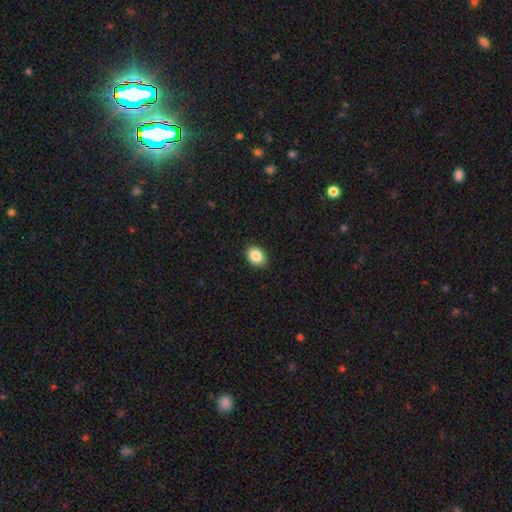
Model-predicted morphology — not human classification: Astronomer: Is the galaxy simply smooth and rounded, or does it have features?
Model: smooth — 87%.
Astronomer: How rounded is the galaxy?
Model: in between — 65%.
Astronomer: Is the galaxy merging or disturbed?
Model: none — 88%.